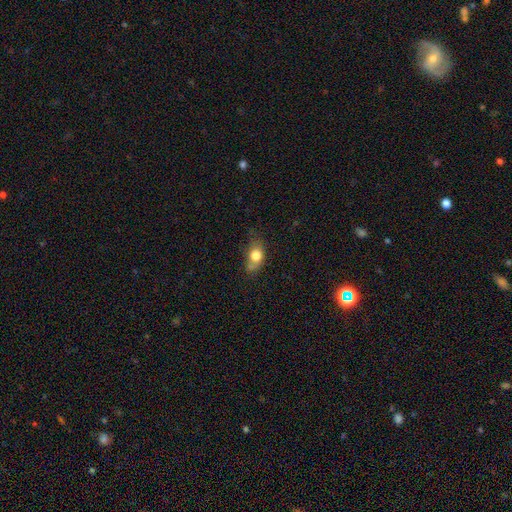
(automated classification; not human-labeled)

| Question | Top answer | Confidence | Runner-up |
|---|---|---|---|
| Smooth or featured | smooth | 77% | featured or disk (14%) |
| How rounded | in between | 69% | round (27%) |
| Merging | none | 48% | minor disturbance (31%) |